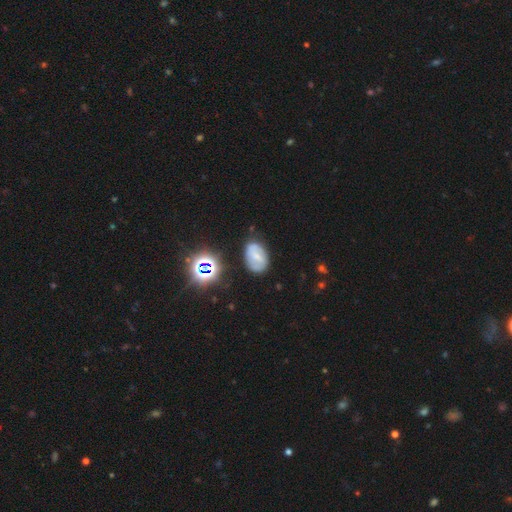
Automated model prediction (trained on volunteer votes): Smooth or featured?
  - smooth: 46% *
  - featured or disk: 41%
  - star or artifact: 14%
Merging?
  - none: 70% *
  - minor disturbance: 21%
  - major disturbance: 6%
  - merger: 3%